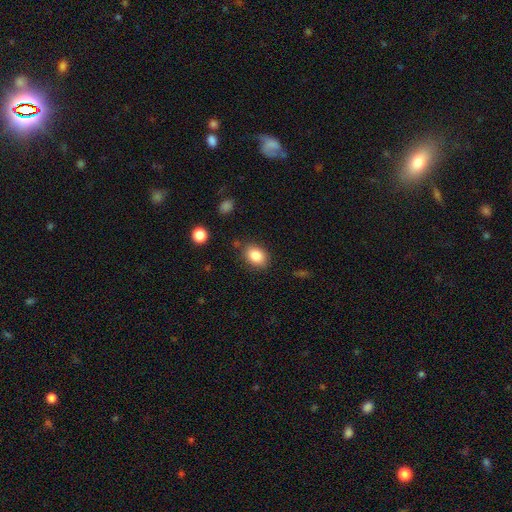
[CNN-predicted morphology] Overall: smooth (85%). How rounded: in between (76%). Merging: none (80%).